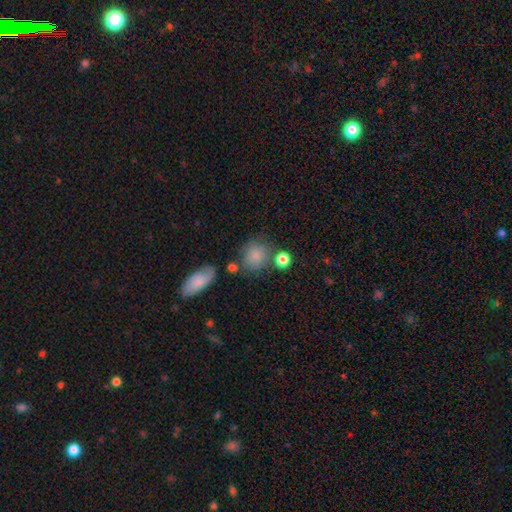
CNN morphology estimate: smooth 83%, star or artifact 9%, featured or disk 8%. Down the decision tree: how rounded — round (78%); merging — none (63%).